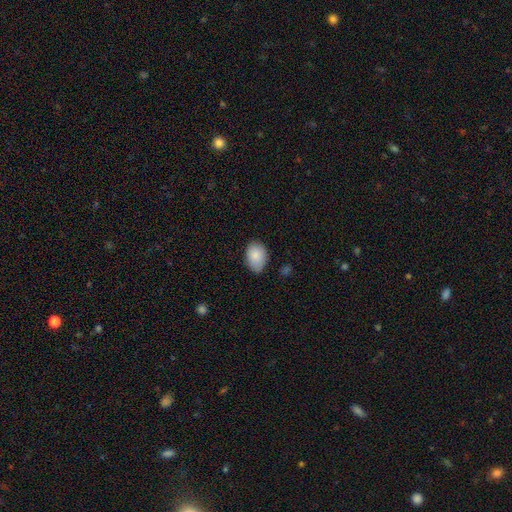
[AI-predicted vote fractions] Smooth or featured? smooth (87%)
How rounded? in between (85%)
Merging? none (74%)